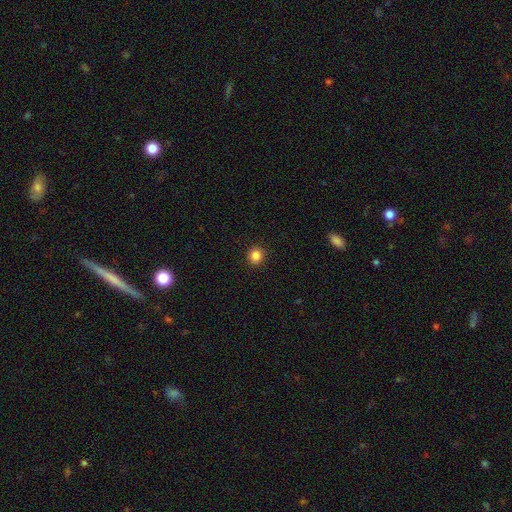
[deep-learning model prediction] smooth-or-featured: smooth: 85% | star or artifact: 11% | featured or disk: 4%
  how-rounded: round: 88% | in between: 12% | cigar-shaped: 1%
  merging: none: 93% | minor disturbance: 5% | major disturbance: 2% | merger: 1%